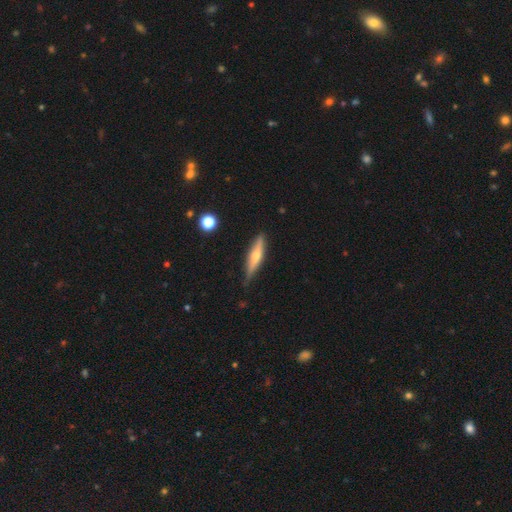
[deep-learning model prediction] smooth-or-featured: featured or disk: 51% | smooth: 42% | star or artifact: 7%
  disk-edge-on: yes: 92% | no: 8%
  merging: none: 81% | minor disturbance: 15% | major disturbance: 3% | merger: 2%